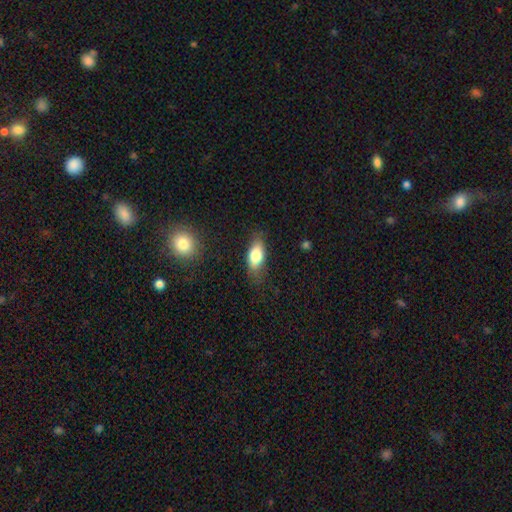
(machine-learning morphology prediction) smooth_or_featured: smooth (p=0.77) [alt: featured or disk p=0.15]
how_rounded: in between (p=0.84) [alt: cigar-shaped p=0.12]
merging: none (p=0.76) [alt: minor disturbance p=0.18]